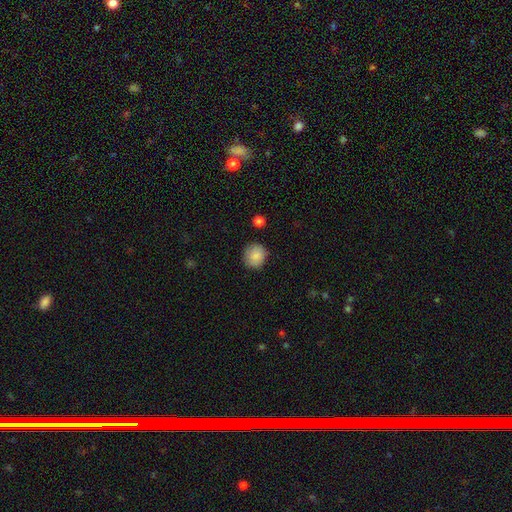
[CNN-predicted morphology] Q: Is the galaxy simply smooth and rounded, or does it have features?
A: smooth — 87%.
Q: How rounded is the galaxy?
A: round — 90%.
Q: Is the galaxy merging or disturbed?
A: none — 84%.